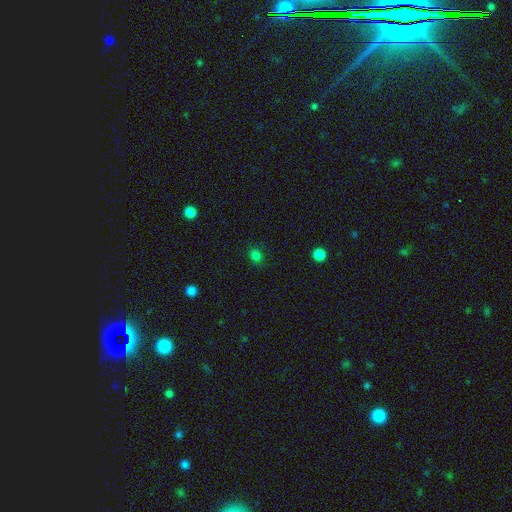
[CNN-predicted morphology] A smooth galaxy with no disk features (78%) that is round (59%). Merging: none (84%).